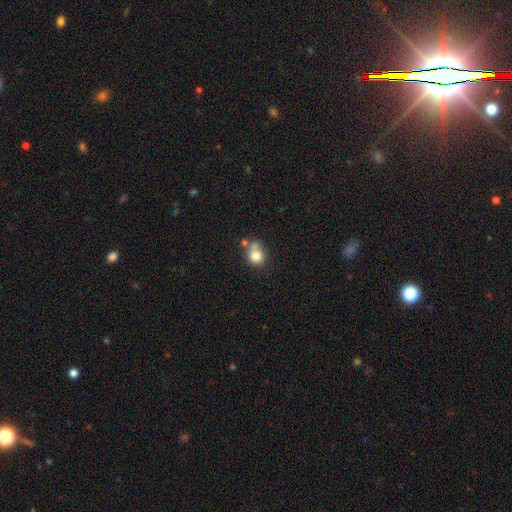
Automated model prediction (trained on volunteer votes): The model was most divided on "merging": none: 49%, merger: 33%, minor disturbance: 13%, major disturbance: 5%. More confident: how rounded — round (80%); smooth or featured — smooth (78%).